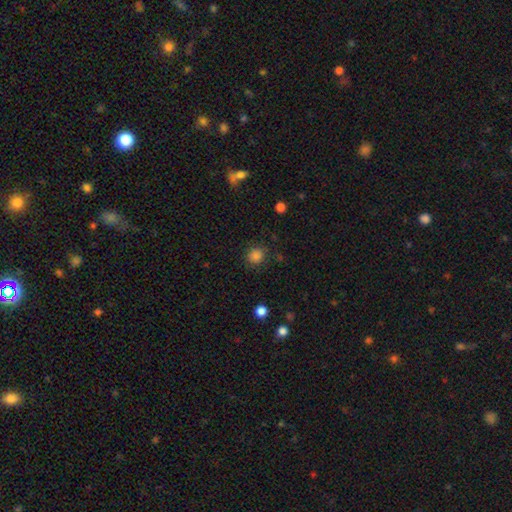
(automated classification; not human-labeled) A smooth galaxy with no disk features (84%) that is round (87%). Merging: none (84%).